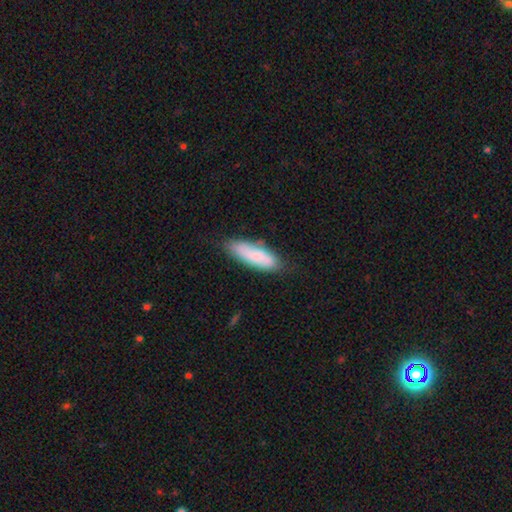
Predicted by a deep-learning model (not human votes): A smooth galaxy with no disk features (79%) that is in between round and cigar-shaped (53%).

Vote fractions:
- Smooth or featured? smooth: 79% / featured or disk: 15% / star or artifact: 6%
- How rounded? in between: 53% / cigar-shaped: 46% / round: 2%
- Merging? none: 74% / minor disturbance: 19% / major disturbance: 4% / merger: 3%